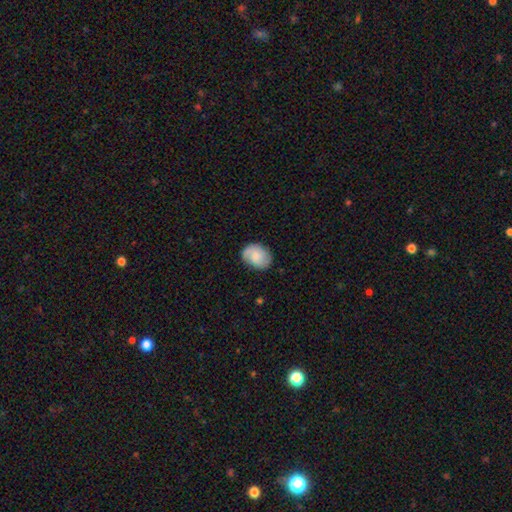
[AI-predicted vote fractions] The model was most divided on "how rounded": in between: 57%, round: 43%, cigar-shaped: 1%. More confident: merging — none (75%); smooth or featured — smooth (56%).